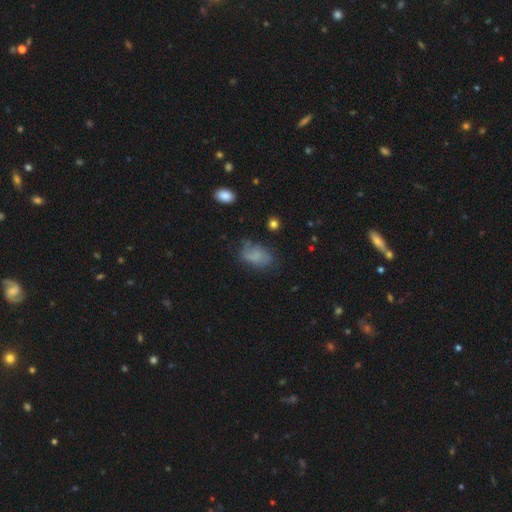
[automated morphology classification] A smooth galaxy with no disk features (57%) that is in between round and cigar-shaped (85%). Merging: none (49%).